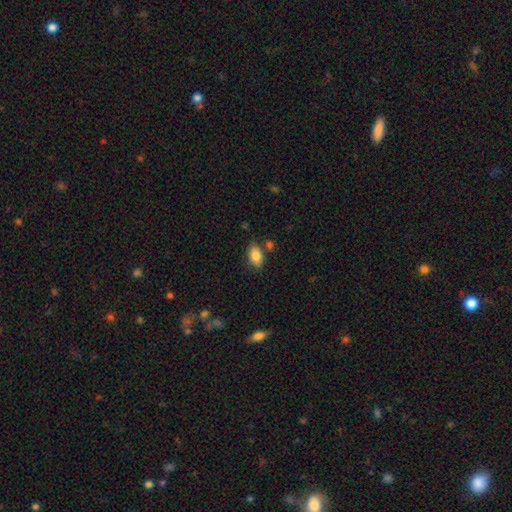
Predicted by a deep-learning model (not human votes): This appears to be a smooth galaxy with no disk features (85%) that is in between round and cigar-shaped (89%). Merging: none (74%).